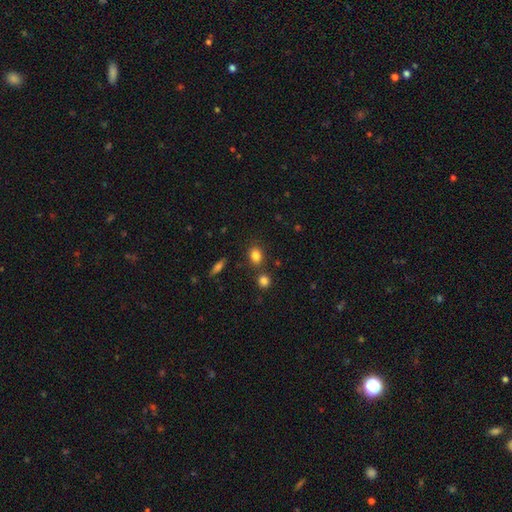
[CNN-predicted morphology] Smooth or featured? smooth (83%)
How rounded? in between (57%)
Merging? none (76%)